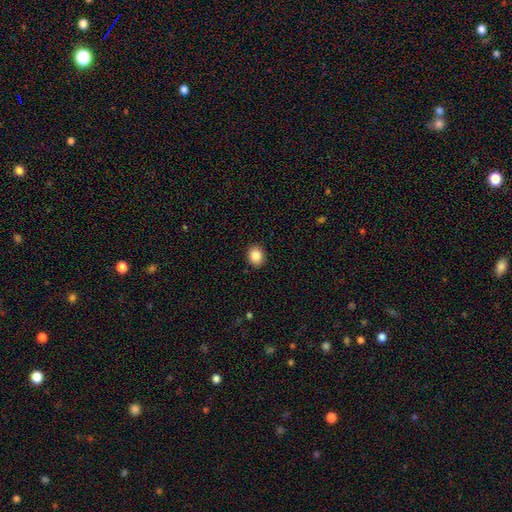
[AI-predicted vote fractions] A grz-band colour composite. It shows a smooth galaxy with no disk features (86%) that is round (58%). Merging: none (91%).